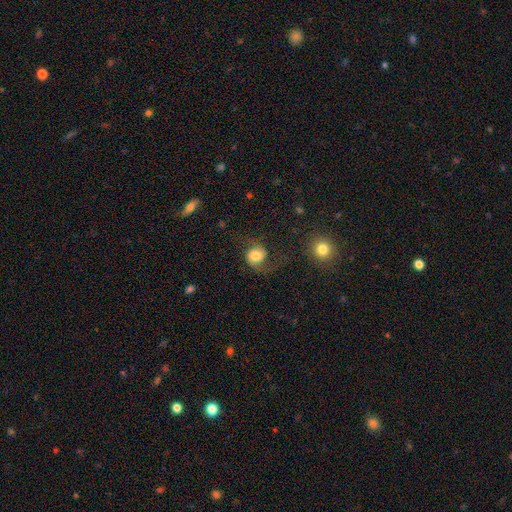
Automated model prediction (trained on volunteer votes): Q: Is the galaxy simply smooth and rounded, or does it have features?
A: smooth — 48%.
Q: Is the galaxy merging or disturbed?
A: none — 45%.